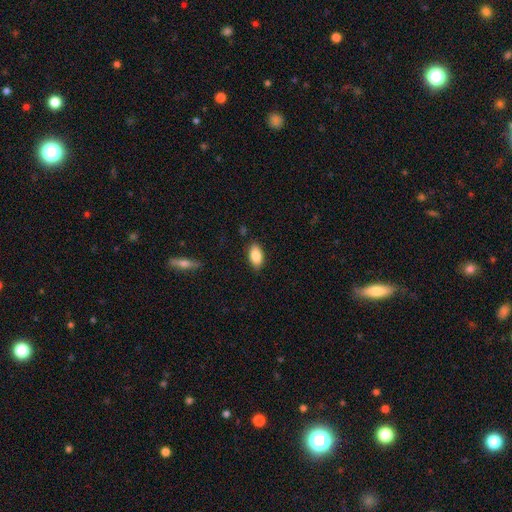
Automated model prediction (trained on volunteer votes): Q: Smooth or featured?
A: smooth (86%); runner-up: star or artifact (7%)
Q: How rounded?
A: in between (92%); runner-up: round (4%)
Q: Merging?
A: none (85%); runner-up: minor disturbance (11%)